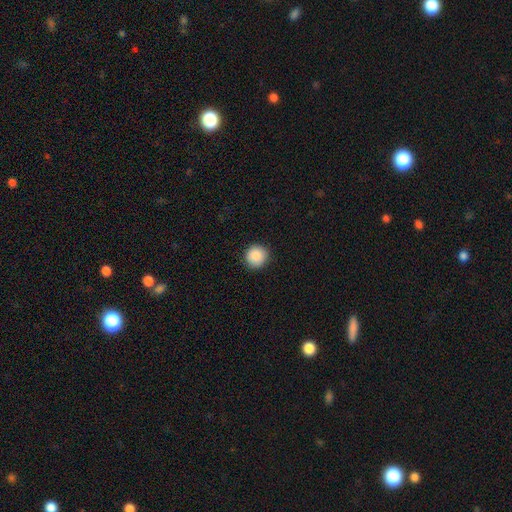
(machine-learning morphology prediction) A smooth galaxy with no disk features (89%) that is round (94%).

Vote fractions:
- Smooth or featured? smooth: 89% / star or artifact: 8% / featured or disk: 3%
- How rounded? round: 94% / in between: 5% / cigar-shaped: 1%
- Merging? none: 91% / minor disturbance: 7% / major disturbance: 2% / merger: 1%